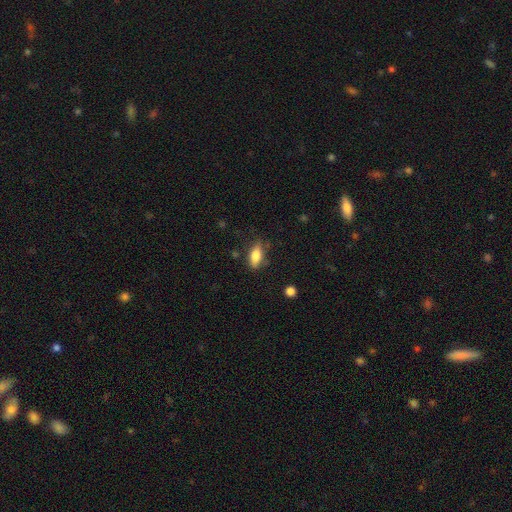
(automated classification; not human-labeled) Smooth or featured: smooth — 80% (featured or disk — 12%)
How rounded: in between — 83% (cigar-shaped — 13%)
Merging: none — 73% (minor disturbance — 20%)